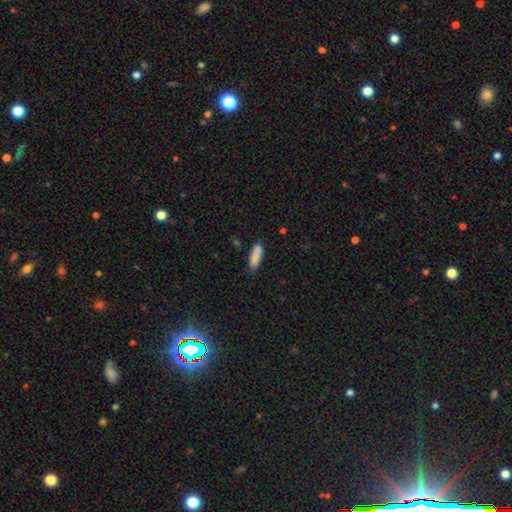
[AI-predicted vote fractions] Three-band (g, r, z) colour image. It shows a smooth galaxy with no disk features (84%) that is cigar-shaped (50%). Merging: none (68%).